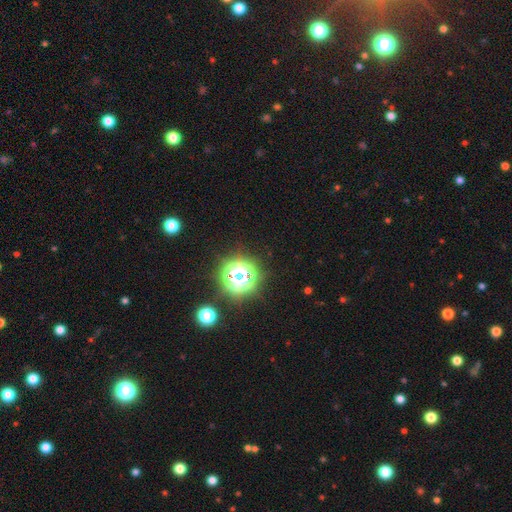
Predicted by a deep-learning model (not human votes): Smooth or featured? star or artifact (78%)